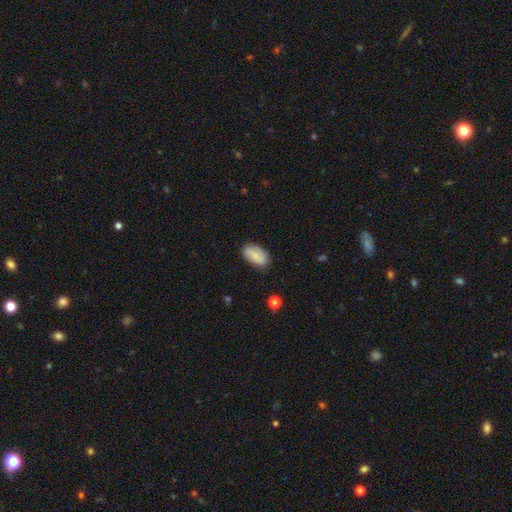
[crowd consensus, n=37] smooth_or_featured: smooth (p=0.84) [alt: featured or disk p=0.14]
how_rounded: in between (p=0.94) [alt: round p=0.03]
merging: none (p=0.86) [alt: major disturbance p=0.08]